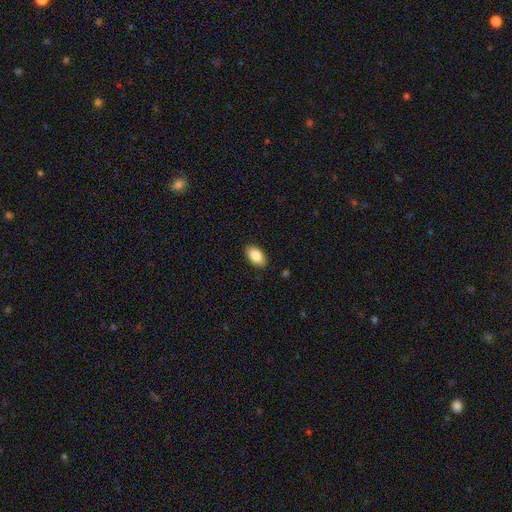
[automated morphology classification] Q: Smooth or featured?
A: smooth (87%); runner-up: star or artifact (7%)
Q: How rounded?
A: in between (94%); runner-up: round (4%)
Q: Merging?
A: none (89%); runner-up: minor disturbance (9%)